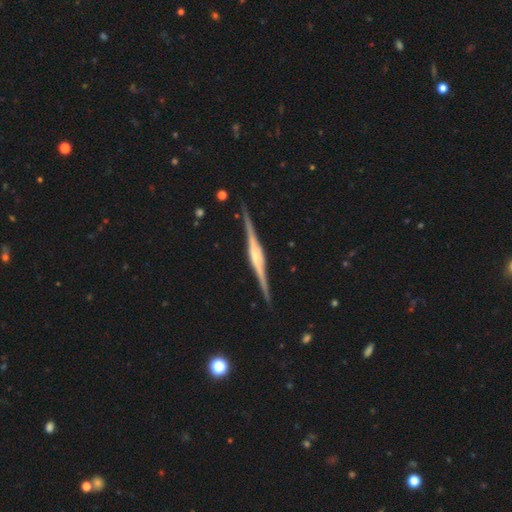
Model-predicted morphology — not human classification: Smooth or featured? featured or disk (88%)
Edge-on disk? yes (98%)
Edge-on bulge? rounded (66%)
Merging? none (89%)